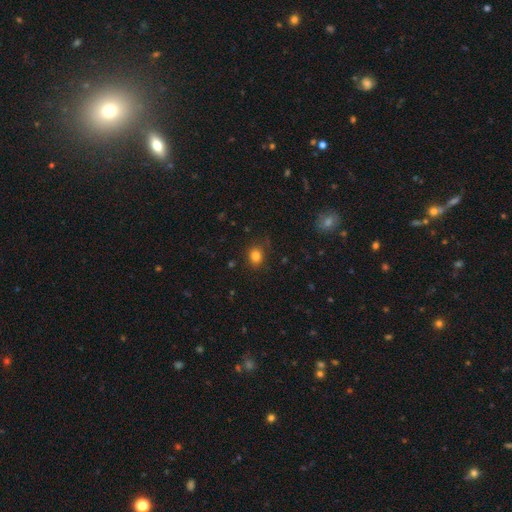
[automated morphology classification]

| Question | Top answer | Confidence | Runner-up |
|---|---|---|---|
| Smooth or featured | smooth | 81% | star or artifact (13%) |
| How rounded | round | 68% | in between (31%) |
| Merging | none | 82% | minor disturbance (13%) |